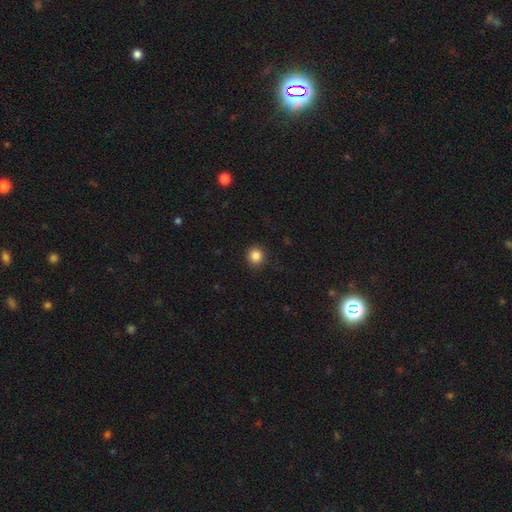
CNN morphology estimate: Smooth or featured? smooth (85%)
How rounded? round (91%)
Merging? none (90%)